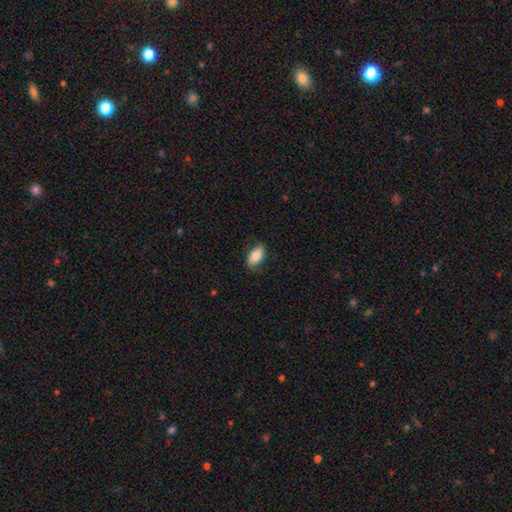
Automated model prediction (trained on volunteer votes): smooth 83%, featured or disk 10%, star or artifact 7%. Down the decision tree: how rounded — in between (92%); merging — none (82%).